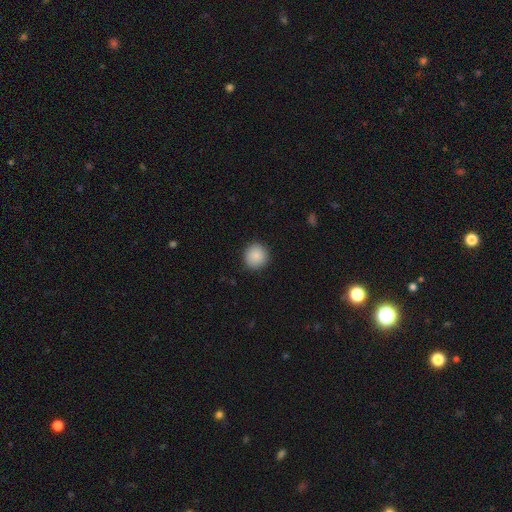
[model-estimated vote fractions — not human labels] Smooth or featured? smooth (88%)
How rounded? round (93%)
Merging? none (91%)